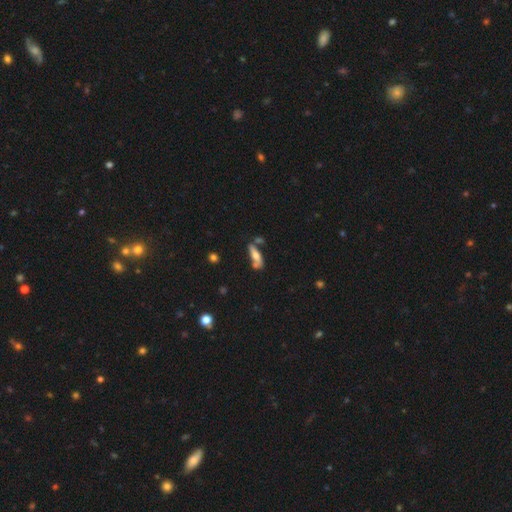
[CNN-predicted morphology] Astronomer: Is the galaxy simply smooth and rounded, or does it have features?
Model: smooth — 52% (runner-up: featured or disk, 40%).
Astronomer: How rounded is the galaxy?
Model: cigar-shaped — 51% (runner-up: in between, 46%).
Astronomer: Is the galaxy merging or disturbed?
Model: none — 53%.